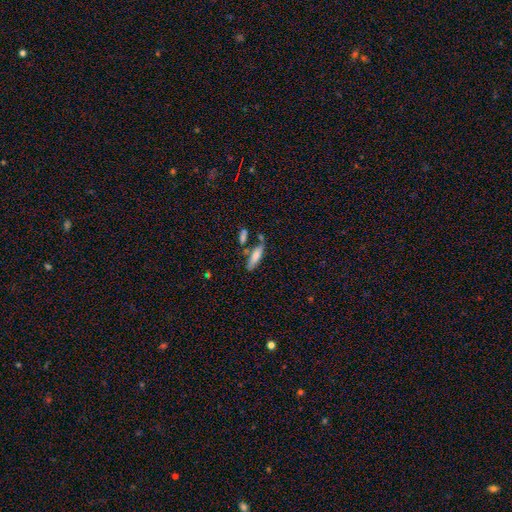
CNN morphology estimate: smooth 74%, featured or disk 19%, star or artifact 7%. Down the decision tree: how rounded — cigar-shaped (61%); merging — none (66%).